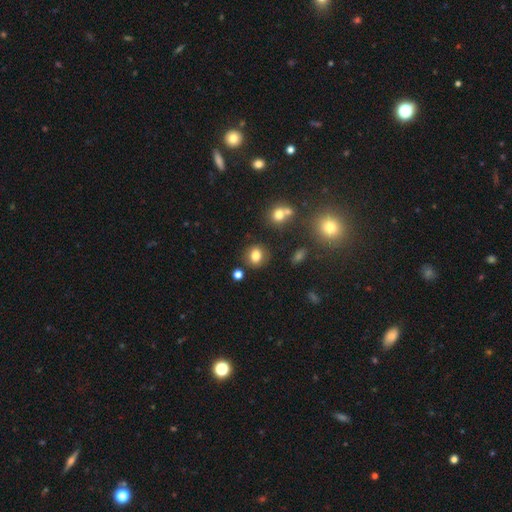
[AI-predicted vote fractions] smooth-or-featured: smooth: 78% | star or artifact: 12% | featured or disk: 10%
  how-rounded: round: 68% | in between: 30% | cigar-shaped: 1%
  merging: none: 82% | minor disturbance: 10% | merger: 5% | major disturbance: 3%